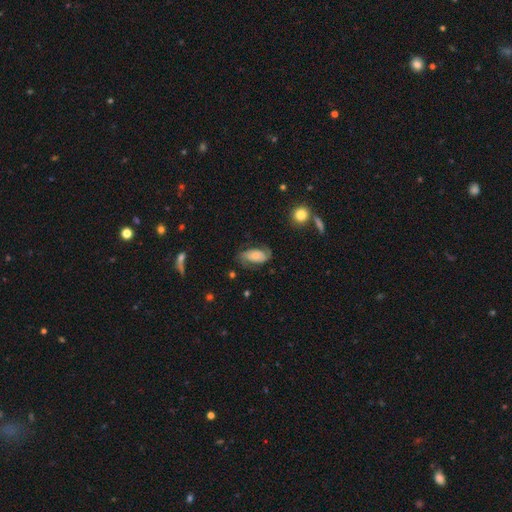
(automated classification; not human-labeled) smooth-or-featured: featured or disk: 58% | smooth: 34% | star or artifact: 8%
  disk-edge-on: no: 95% | yes: 5%
    bar: no: 65% | weak: 25% | strong: 9%
    has-spiral-arms: yes: 88% | no: 12%
    bulge-size: small: 43% | moderate: 31% | large: 12% | none: 10% | dominant: 4%
  merging: none: 65% | minor disturbance: 21% | major disturbance: 12% | merger: 2%